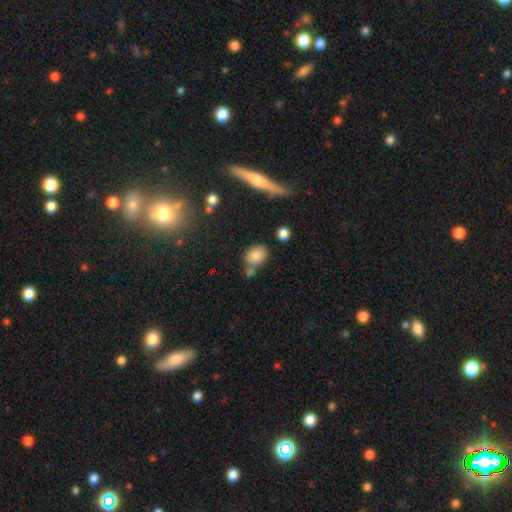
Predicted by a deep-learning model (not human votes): This is clearly a smooth galaxy (82%). How rounded: likely in between (62%). Merging: possibly none (56%).